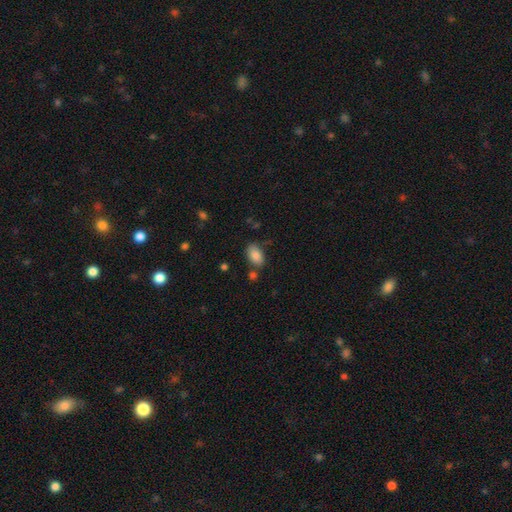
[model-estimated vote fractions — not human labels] Overall: smooth (85%). How rounded: in between (92%). Merging: none (72%).